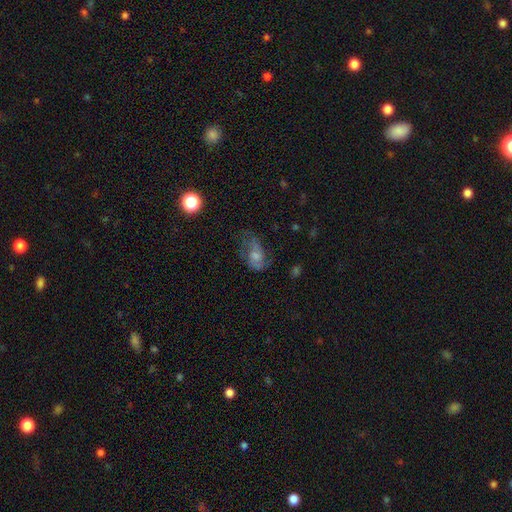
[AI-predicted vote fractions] Smooth or featured: featured or disk — 46% (smooth — 44%)
Merging: none — 36% (major disturbance — 35%)